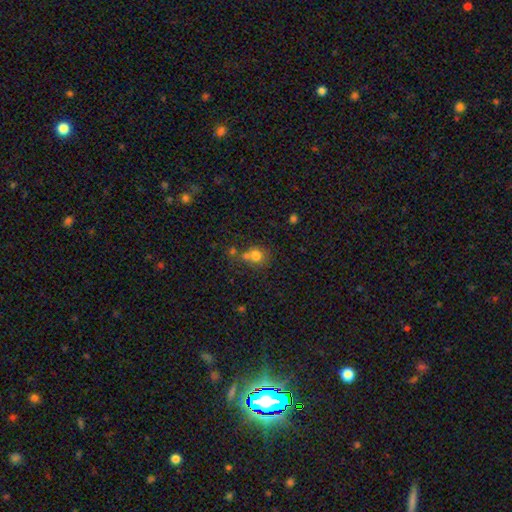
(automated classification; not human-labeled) Smooth or featured?
  - smooth: 76% *
  - star or artifact: 13%
  - featured or disk: 11%
How rounded?
  - round: 78% *
  - in between: 21%
  - cigar-shaped: 1%
Merging?
  - none: 45% *
  - merger: 38%
  - minor disturbance: 11%
  - major disturbance: 6%